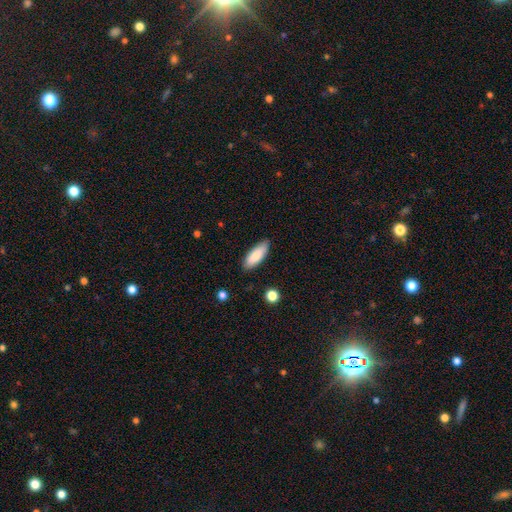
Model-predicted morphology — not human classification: smooth 84%, featured or disk 10%, star or artifact 6%. Down the decision tree: how rounded — in between (67%); merging — none (85%).